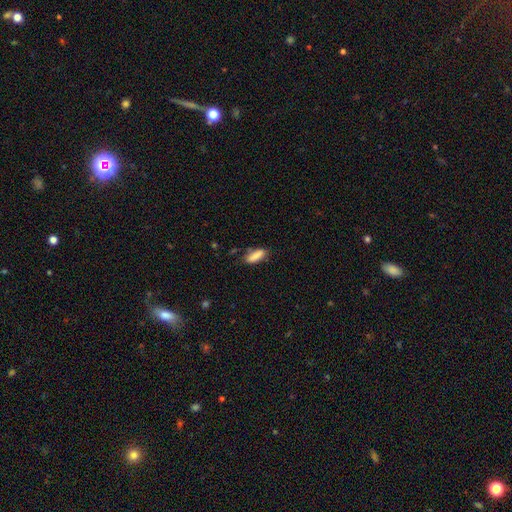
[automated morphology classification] A smooth galaxy with no disk features (84%) that is in between round and cigar-shaped (68%). Merging: none (68%).